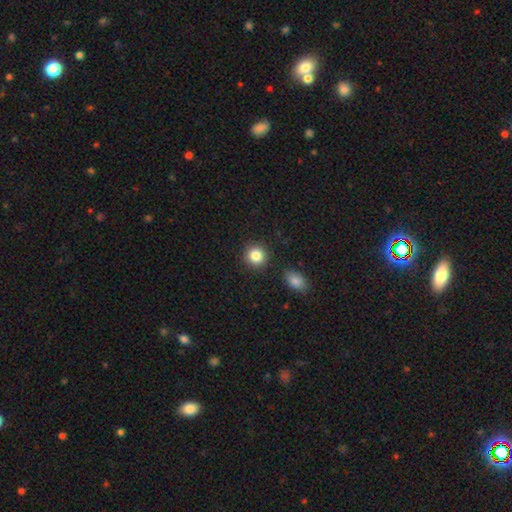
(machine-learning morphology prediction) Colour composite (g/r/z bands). It shows a smooth galaxy with no disk features (86%) that is round (89%). Merging: none (87%).